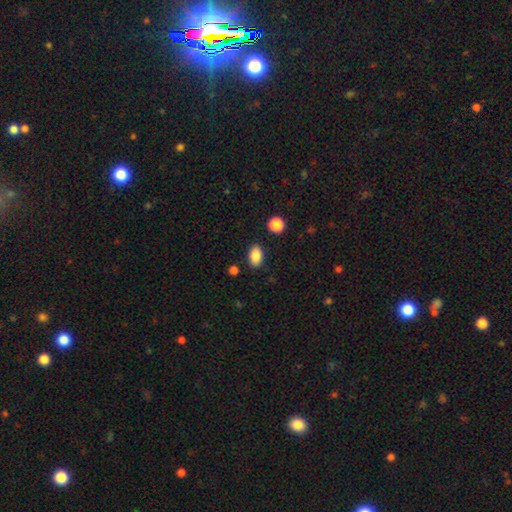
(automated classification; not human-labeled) A smooth galaxy with no disk features (87%) that is in between round and cigar-shaped (89%).

Vote fractions:
- Smooth or featured? smooth: 87% / star or artifact: 8% / featured or disk: 4%
- How rounded? in between: 89% / round: 10% / cigar-shaped: 2%
- Merging? none: 86% / minor disturbance: 10% / major disturbance: 2% / merger: 2%